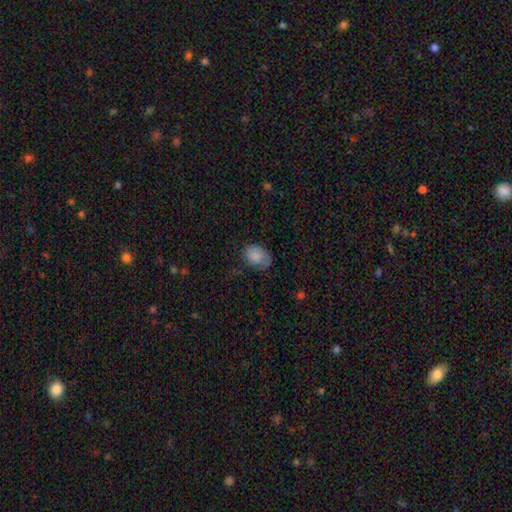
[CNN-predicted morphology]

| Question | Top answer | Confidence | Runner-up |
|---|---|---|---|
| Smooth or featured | smooth | 82% | featured or disk (10%) |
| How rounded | in between | 75% | round (24%) |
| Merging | none | 60% | minor disturbance (30%) |